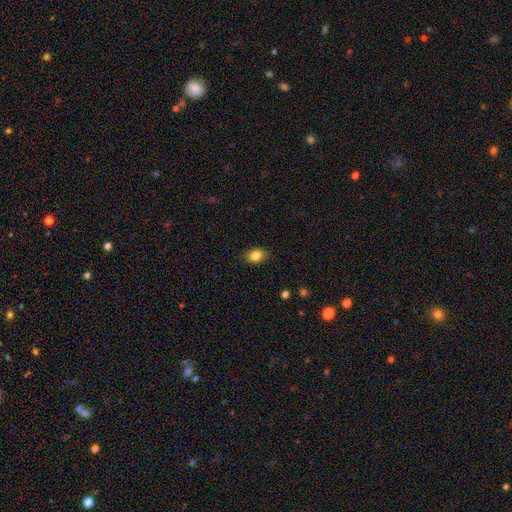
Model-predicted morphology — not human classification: Q: Smooth or featured?
A: smooth (84%); runner-up: star or artifact (9%)
Q: How rounded?
A: in between (75%); runner-up: round (24%)
Q: Merging?
A: none (86%); runner-up: minor disturbance (10%)